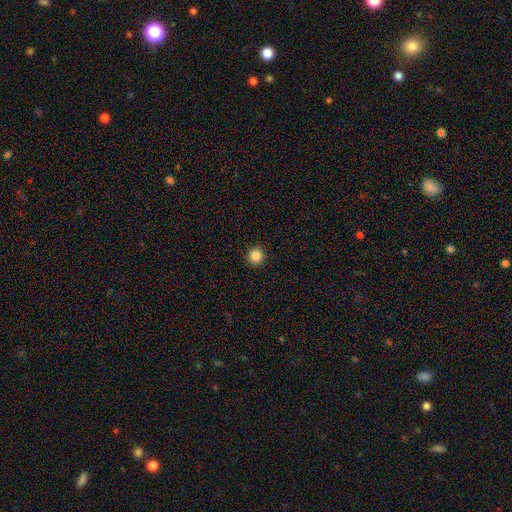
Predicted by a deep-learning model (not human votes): Smooth or featured? Predicted: smooth (p=0.85). How rounded? Predicted: round (p=0.94). Merging? Predicted: none (p=0.93).